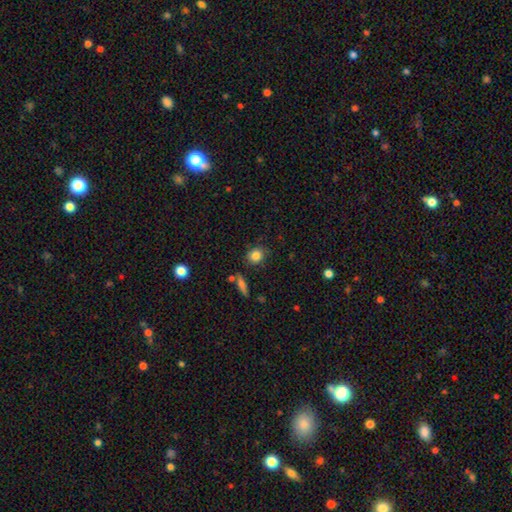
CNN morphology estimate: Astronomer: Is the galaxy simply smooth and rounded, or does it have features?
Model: smooth — 83%.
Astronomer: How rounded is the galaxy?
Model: round — 71%.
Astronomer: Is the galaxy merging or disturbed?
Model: none — 81%.